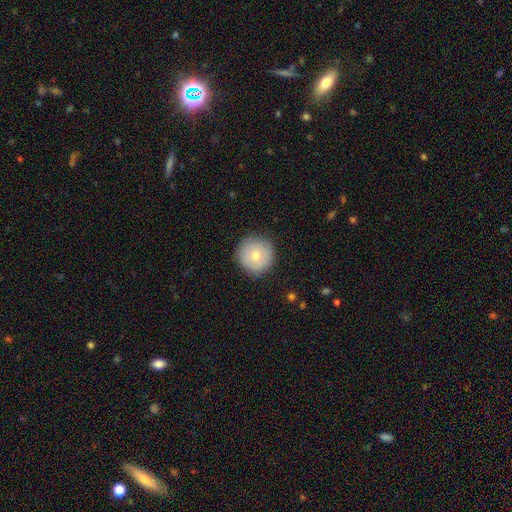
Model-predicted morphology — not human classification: smooth_or_featured: smooth (p=0.65) [alt: featured or disk p=0.27]
how_rounded: round (p=0.95) [alt: in between p=0.04]
merging: none (p=0.84) [alt: minor disturbance p=0.12]